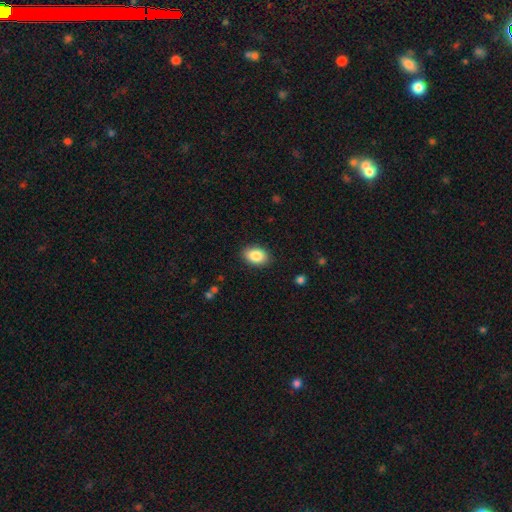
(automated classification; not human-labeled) This appears to be a smooth galaxy with no disk features (88%) that is in between round and cigar-shaped (83%). Merging: none (88%).